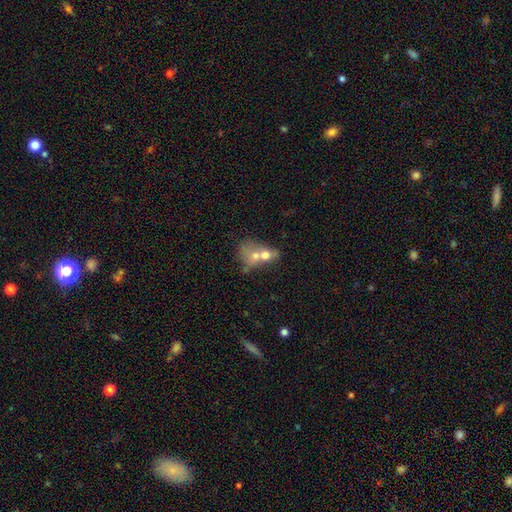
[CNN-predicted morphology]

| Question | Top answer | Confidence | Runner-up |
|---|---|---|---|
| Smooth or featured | smooth | 59% | featured or disk (30%) |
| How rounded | in between | 52% | round (46%) |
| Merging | merger | 72% | none (15%) |